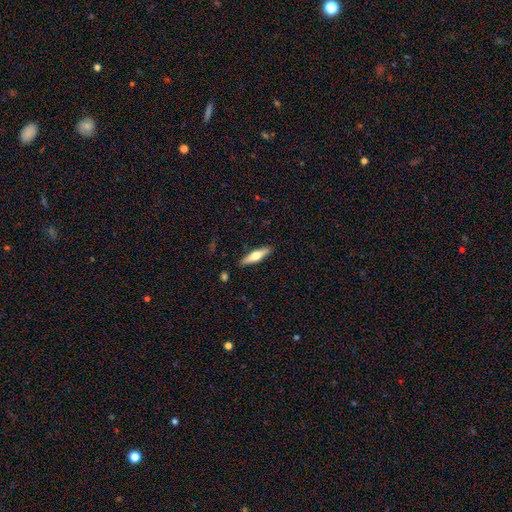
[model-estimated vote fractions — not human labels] featured or disk 48%, smooth 46%, star or artifact 5%. Down the decision tree: merging — none (89%).